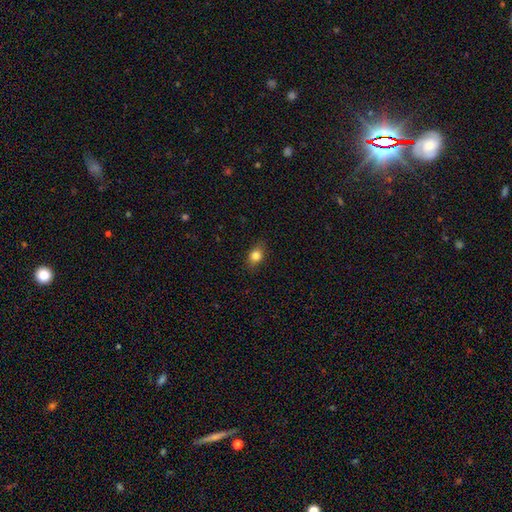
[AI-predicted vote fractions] smooth 81%, star or artifact 10%, featured or disk 9%. Down the decision tree: how rounded — in between (61%); merging — none (83%).